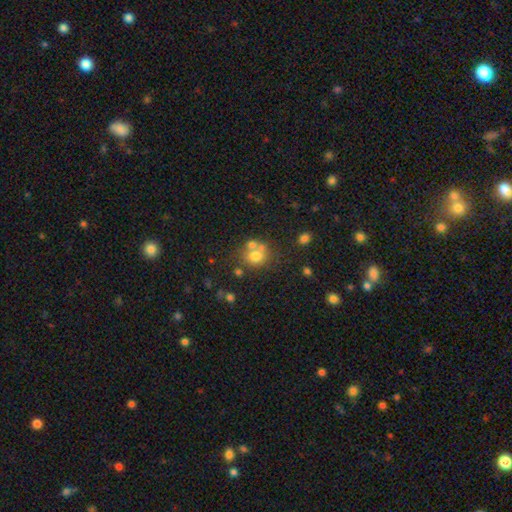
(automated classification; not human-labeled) The model was most divided on "merging": none: 45%, merger: 37%, minor disturbance: 12%, major disturbance: 6%. More confident: how rounded — round (68%); smooth or featured — smooth (67%).